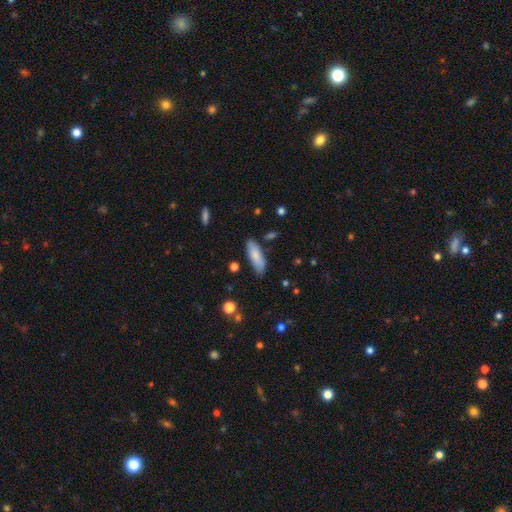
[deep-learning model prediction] smooth_or_featured: smooth (p=0.79) [alt: featured or disk p=0.15]
how_rounded: in between (p=0.59) [alt: cigar-shaped p=0.39]
merging: none (p=0.77) [alt: minor disturbance p=0.17]